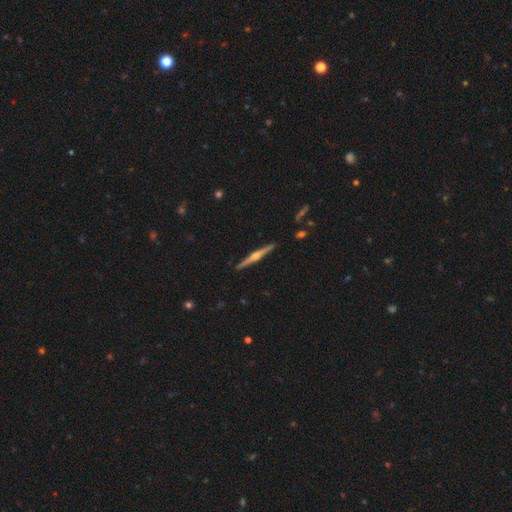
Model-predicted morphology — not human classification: A featured or disk galaxy (82%) viewed edge-on (99%) with a rounded central bulge (91%).

Vote fractions:
- Smooth or featured? featured or disk: 82% / smooth: 13% / star or artifact: 5%
- Edge-on disk? yes: 99% / no: 1%
- Edge-on bulge? rounded: 91% / boxy: 5% / none: 4%
- Merging? none: 92% / minor disturbance: 5% / major disturbance: 1% / merger: 1%